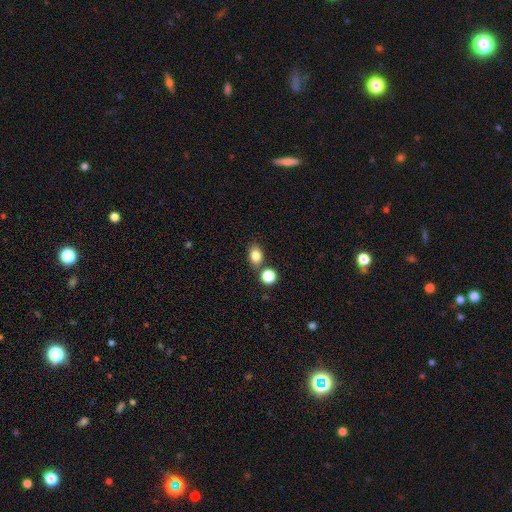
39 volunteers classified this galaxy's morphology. Overall: smooth (92%). How rounded: in between (58%; round 36%). Merging: none (76%).